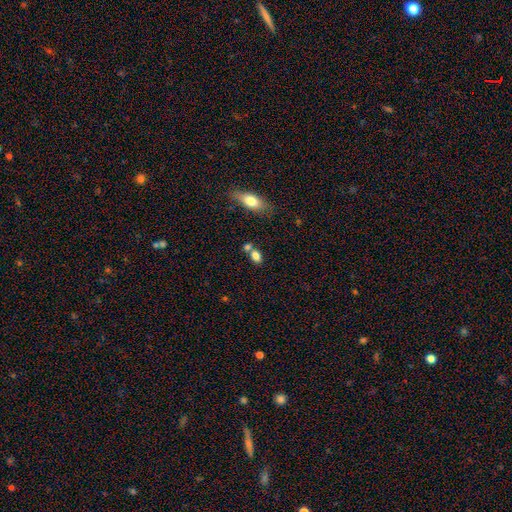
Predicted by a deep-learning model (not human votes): Overall: smooth (80%). How rounded: in between (71%). Merging: none (49%; merger 35%).